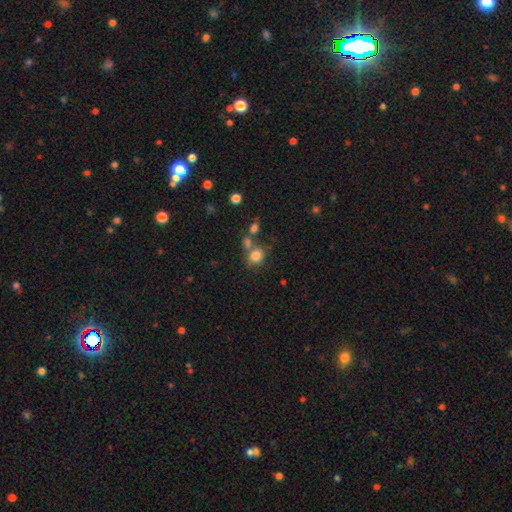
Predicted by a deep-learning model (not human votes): Smooth or featured? Predicted: smooth (p=0.79). How rounded? Predicted: round (p=0.73). Merging? Predicted: none (p=0.53).